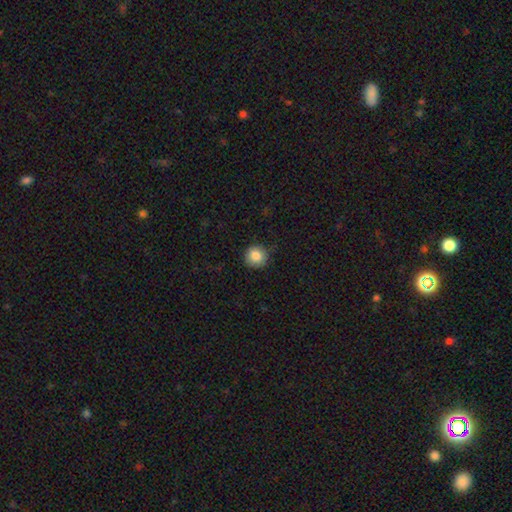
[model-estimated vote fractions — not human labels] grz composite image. It shows a smooth galaxy with no disk features (85%) that is round (92%). Merging: none (82%).